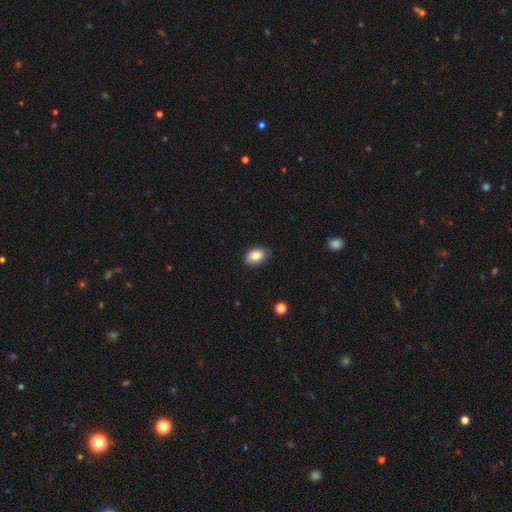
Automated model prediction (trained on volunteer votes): Q: Smooth or featured?
A: smooth (86%); runner-up: star or artifact (8%)
Q: How rounded?
A: in between (82%); runner-up: round (17%)
Q: Merging?
A: none (85%); runner-up: minor disturbance (12%)